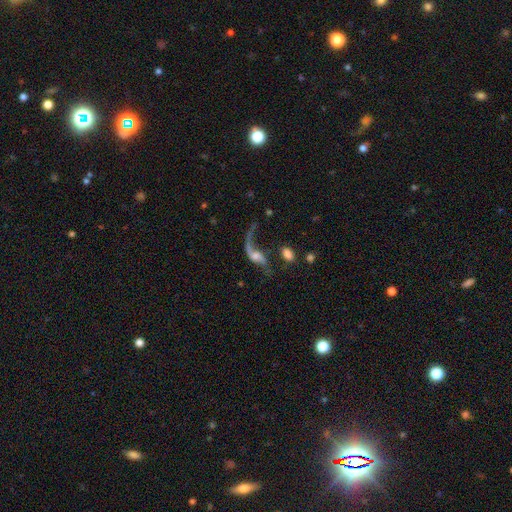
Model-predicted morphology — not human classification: Smooth or featured?
  - featured or disk: 75% *
  - smooth: 16%
  - star or artifact: 9%
Edge-on disk?
  - no: 94% *
  - yes: 6%
Bar?
  - no: 58% *
  - weak: 32%
  - strong: 11%
Spiral arms?
  - yes: 86% *
  - no: 14%
Spiral winding?
  - loose: 93% *
  - medium: 6%
  - tight: 2%
Spiral arm count?
  - 2: 61% *
  - 1: 34%
  - can't tell: 2%
  - 3: 1%
  - 4: 1%
  - more than 4: 1%
Bulge size?
  - small: 39% *
  - moderate: 32%
  - none: 17%
  - large: 9%
  - dominant: 3%
Merging?
  - major disturbance: 38% *
  - none: 34%
  - minor disturbance: 14%
  - merger: 14%